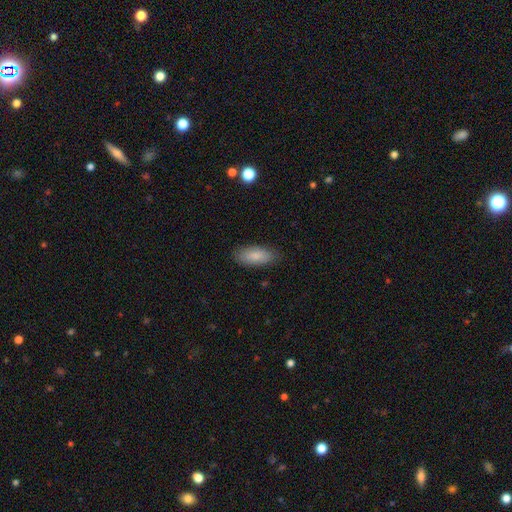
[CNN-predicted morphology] A smooth galaxy with no disk features (86%) that is in between round and cigar-shaped (80%).

Vote fractions:
- Smooth or featured? smooth: 86% / featured or disk: 7% / star or artifact: 6%
- How rounded? in between: 80% / cigar-shaped: 19% / round: 2%
- Merging? none: 85% / minor disturbance: 11% / major disturbance: 2% / merger: 1%